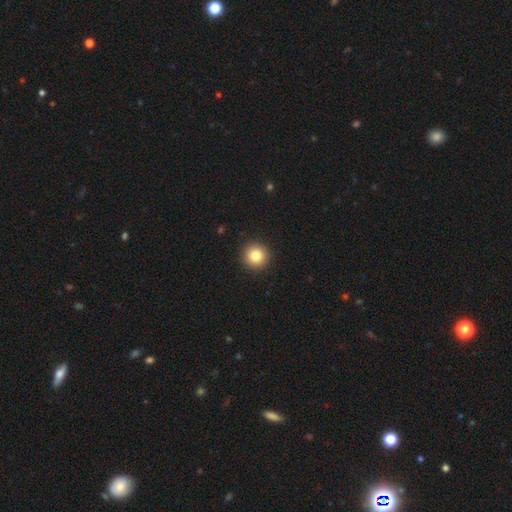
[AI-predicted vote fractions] Morphology: type=smooth (83%); roundness=round (95%); merging=none (93%).